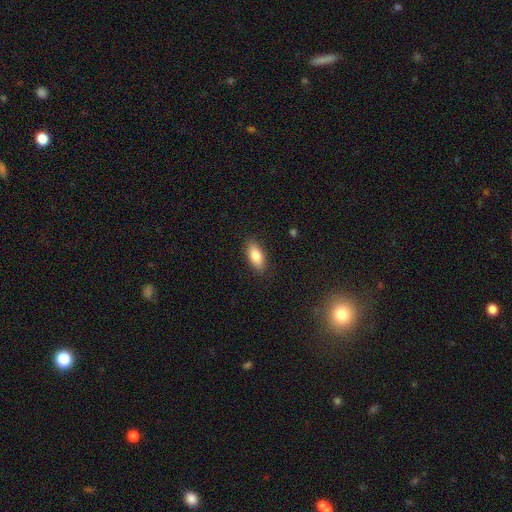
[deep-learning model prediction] This appears to be a smooth galaxy with no disk features (83%) that is in between round and cigar-shaped (86%). Merging: none (88%).